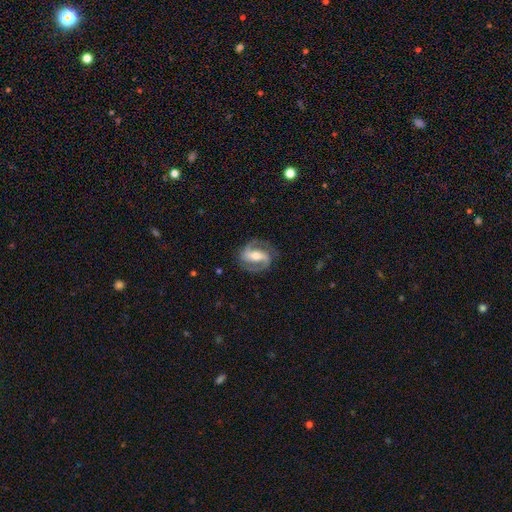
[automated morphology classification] Smooth or featured? featured or disk (87%)
Edge-on disk? no (96%)
Bar? strong (55%)
Spiral arms? yes (95%)
Spiral winding? medium (54%)
Spiral arm count? 2 (92%)
Bulge size? moderate (63%)
Merging? none (82%)